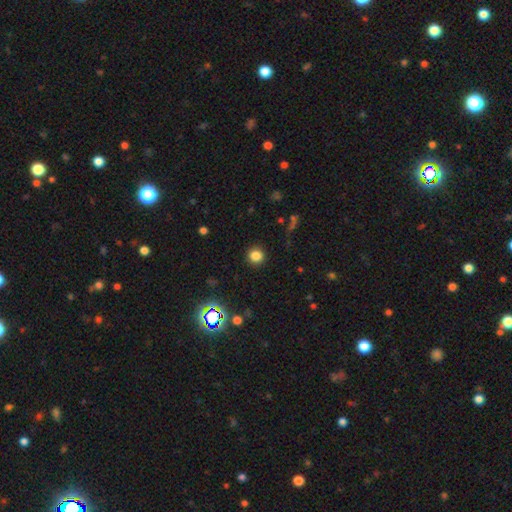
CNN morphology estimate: The model was most divided on "smooth or featured": smooth: 80%, star or artifact: 15%, featured or disk: 5%. More confident: how rounded — round (91%); merging — none (91%).